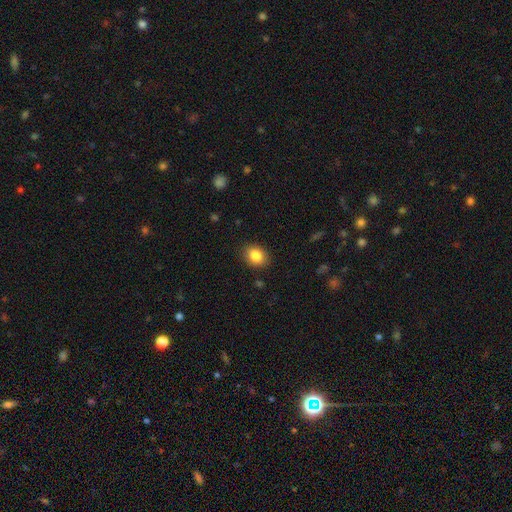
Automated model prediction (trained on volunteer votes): smooth_or_featured: smooth (p=0.85) [alt: star or artifact p=0.09]
how_rounded: in between (p=0.59) [alt: round p=0.40]
merging: none (p=0.87) [alt: minor disturbance p=0.09]